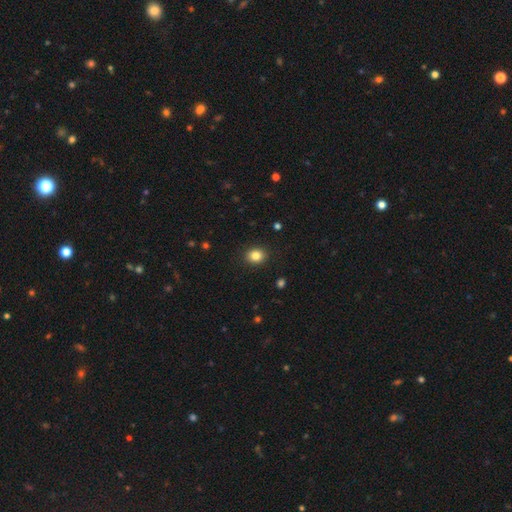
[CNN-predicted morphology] Smooth or featured?
  - smooth: 84% *
  - star or artifact: 11%
  - featured or disk: 5%
How rounded?
  - round: 65% *
  - in between: 34%
  - cigar-shaped: 1%
Merging?
  - none: 91% *
  - minor disturbance: 6%
  - major disturbance: 2%
  - merger: 1%